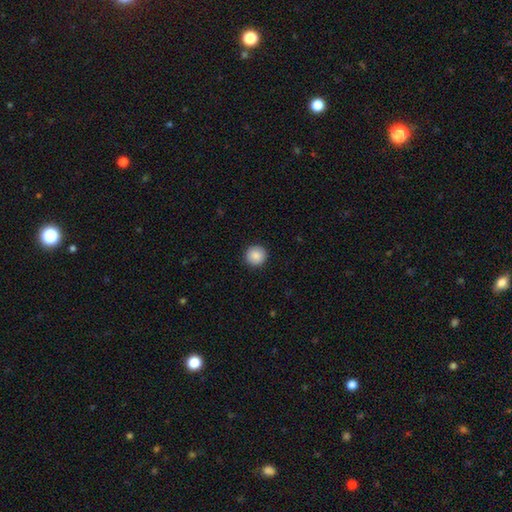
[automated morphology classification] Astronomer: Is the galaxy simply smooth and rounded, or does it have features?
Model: smooth — 88%.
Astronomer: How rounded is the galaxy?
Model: round — 95%.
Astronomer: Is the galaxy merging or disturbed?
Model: none — 93%.